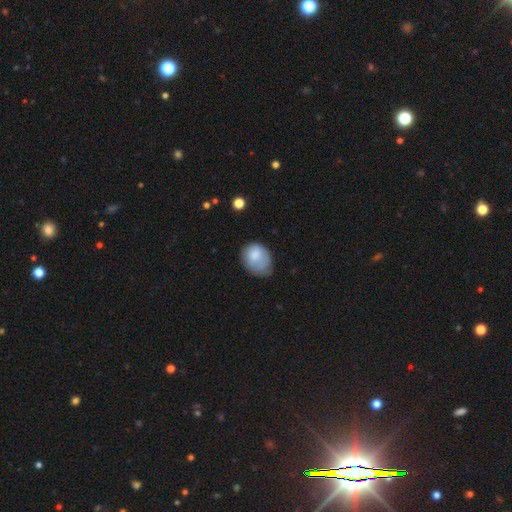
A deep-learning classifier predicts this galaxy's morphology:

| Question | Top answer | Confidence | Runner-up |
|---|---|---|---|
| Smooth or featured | smooth | 79% | featured or disk (13%) |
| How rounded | in between | 62% | round (37%) |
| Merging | minor disturbance | 42% | none (39%) |